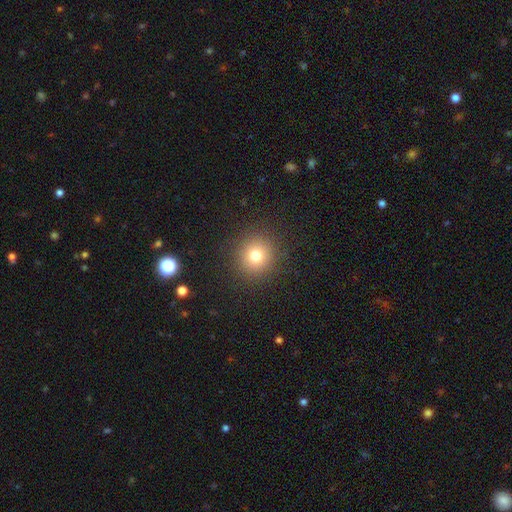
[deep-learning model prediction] smooth_or_featured: smooth (p=0.76) [alt: star or artifact p=0.15]
how_rounded: round (p=0.91) [alt: in between p=0.08]
merging: none (p=0.90) [alt: minor disturbance p=0.06]